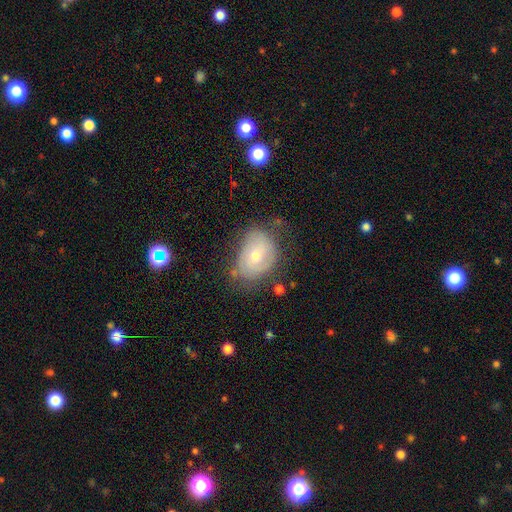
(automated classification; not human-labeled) Smooth or featured? Predicted: featured or disk (p=0.52). Edge-on disk? Predicted: no (p=0.94). Merging? Predicted: none (p=0.56).